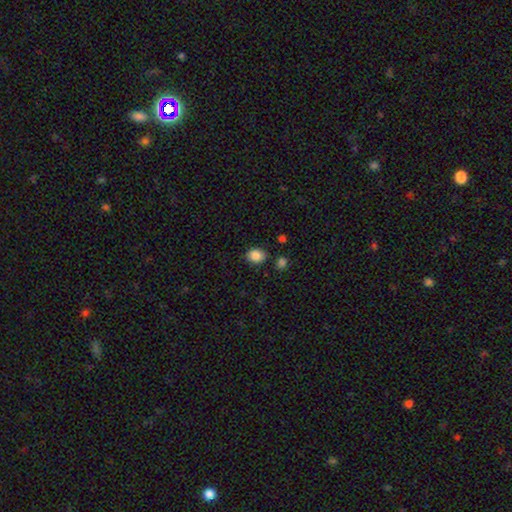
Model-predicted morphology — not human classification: Smooth or featured: smooth — 86% (star or artifact — 9%)
How rounded: in between — 51% (round — 48%)
Merging: none — 81% (minor disturbance — 12%)